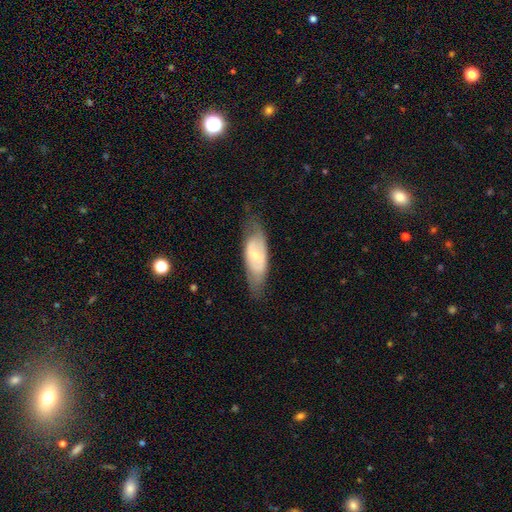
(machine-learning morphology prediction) Smooth or featured: featured or disk — 62% (smooth — 32%)
Edge-on disk: no — 83% (yes — 17%)
Bar: weak — 44% (strong — 33%)
Spiral arms: yes — 66% (no — 34%)
Bulge size: small — 60% (moderate — 32%)
Merging: none — 66% (minor disturbance — 22%)